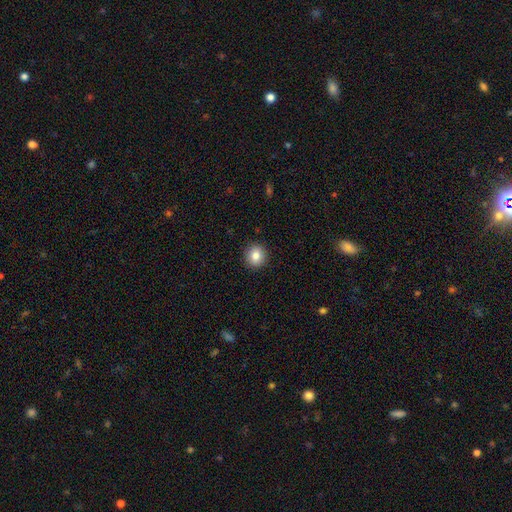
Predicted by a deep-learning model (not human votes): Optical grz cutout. It shows a smooth galaxy with no disk features (83%) that is round (89%). Merging: none (92%).